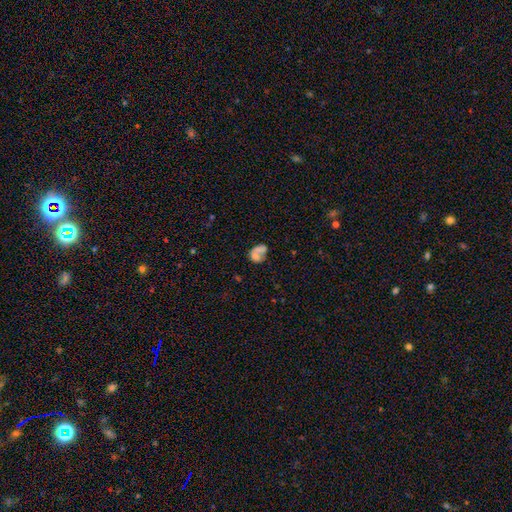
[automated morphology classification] smooth_or_featured: smooth (p=0.55) [alt: featured or disk p=0.34]
how_rounded: in between (p=0.58) [alt: round p=0.41]
merging: none (p=0.34) [alt: merger p=0.25]